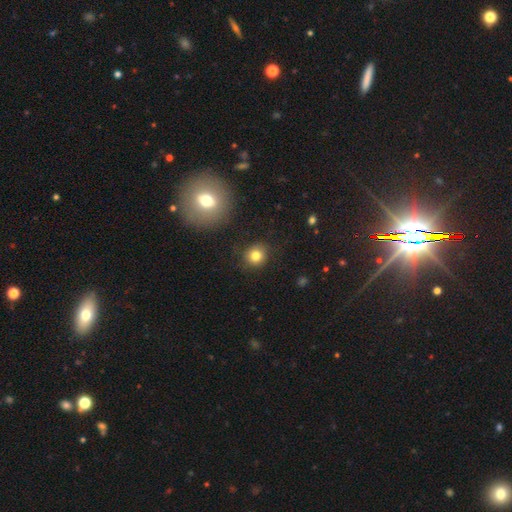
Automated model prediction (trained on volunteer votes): The model was most divided on "how rounded": round: 83%, in between: 16%, cigar-shaped: 1%. More confident: merging — none (86%); smooth or featured — smooth (81%).